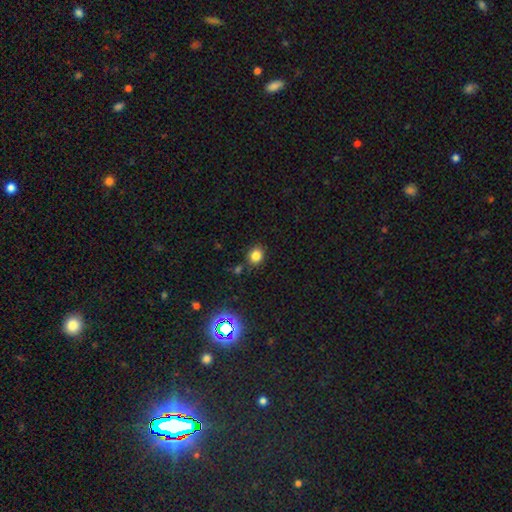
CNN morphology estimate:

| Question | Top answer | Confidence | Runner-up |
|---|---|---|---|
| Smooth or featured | smooth | 79% | star or artifact (15%) |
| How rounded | round | 74% | in between (25%) |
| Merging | none | 81% | minor disturbance (11%) |